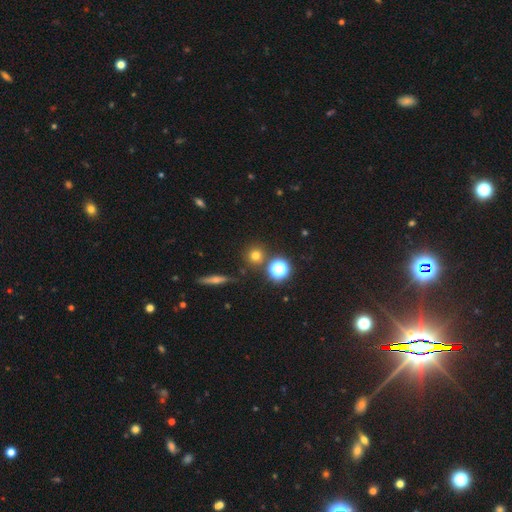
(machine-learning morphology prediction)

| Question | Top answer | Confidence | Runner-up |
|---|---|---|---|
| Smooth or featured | smooth | 70% | star or artifact (22%) |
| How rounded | round | 92% | in between (6%) |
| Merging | none | 82% | minor disturbance (8%) |